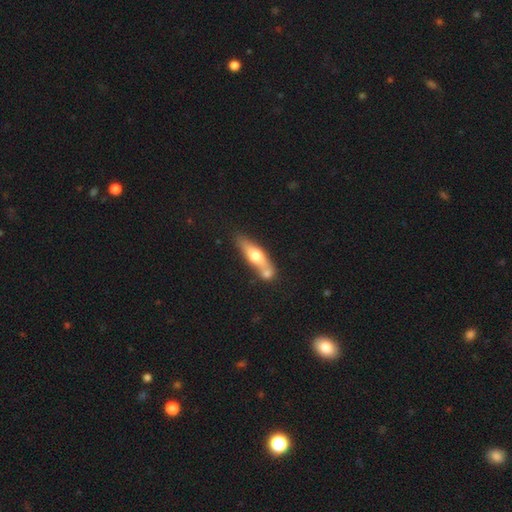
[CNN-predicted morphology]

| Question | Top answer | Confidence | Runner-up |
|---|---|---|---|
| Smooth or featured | smooth | 53% | featured or disk (42%) |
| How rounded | cigar-shaped | 63% | in between (33%) |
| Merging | none | 44% | merger (39%) |